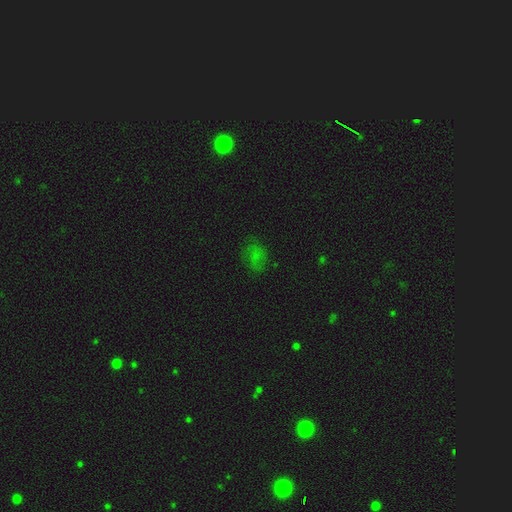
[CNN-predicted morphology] The model was most divided on "how rounded": in between: 65%, round: 33%, cigar-shaped: 2%. More confident: merging — none (66%); smooth or featured — smooth (60%).